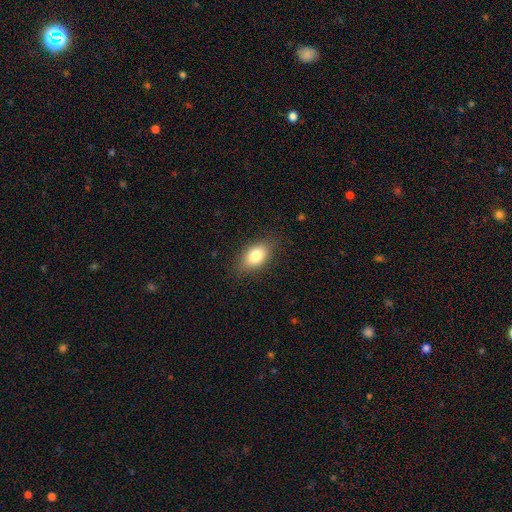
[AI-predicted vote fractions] smooth-or-featured: smooth: 81% | featured or disk: 10% | star or artifact: 8%
  how-rounded: in between: 88% | round: 9% | cigar-shaped: 3%
  merging: none: 82% | minor disturbance: 13% | major disturbance: 4% | merger: 1%